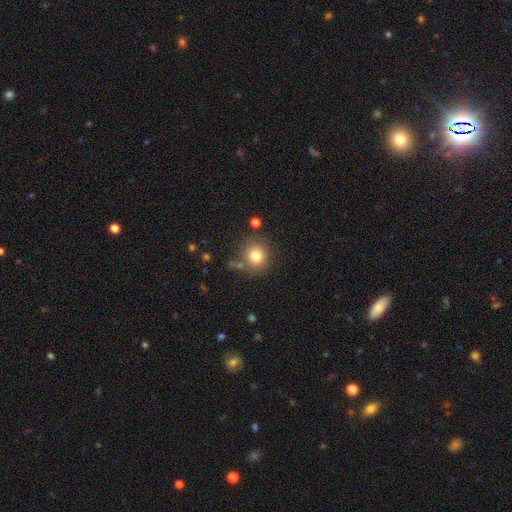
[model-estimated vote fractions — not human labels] Smooth or featured? smooth (80%)
How rounded? round (88%)
Merging? none (76%)